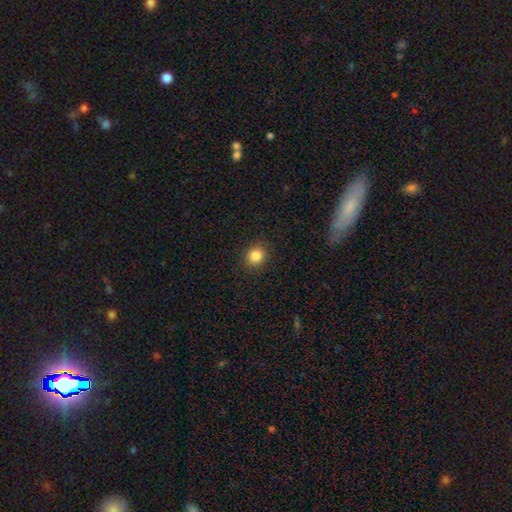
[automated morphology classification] smooth 84%, star or artifact 11%, featured or disk 5%. Down the decision tree: how rounded — round (77%); merging — none (90%).